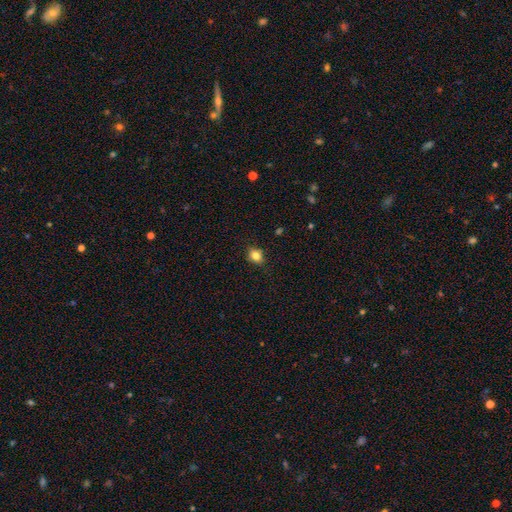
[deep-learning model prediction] Morphology: type=smooth (82%); roundness=in between (50%); merging=none (86%).